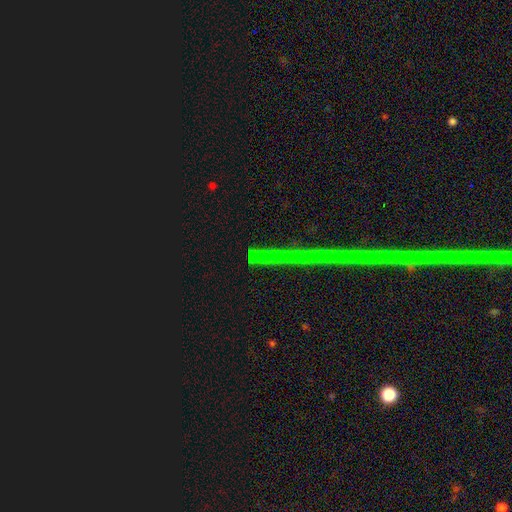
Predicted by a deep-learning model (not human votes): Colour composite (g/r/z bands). It shows a star or artifact, not a galaxy (83%).